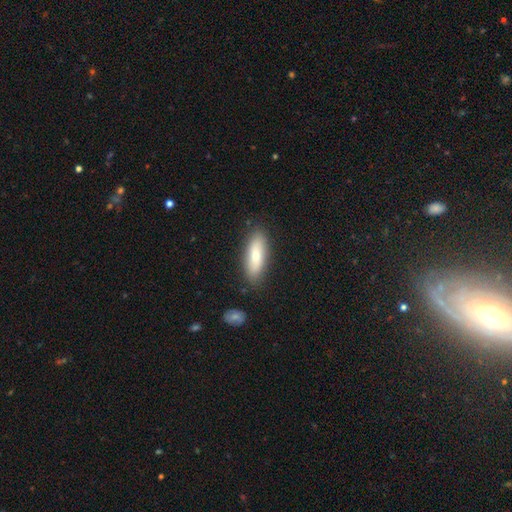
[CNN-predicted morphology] A smooth galaxy with no disk features (70%) that is in between round and cigar-shaped (66%). Merging: none (84%).